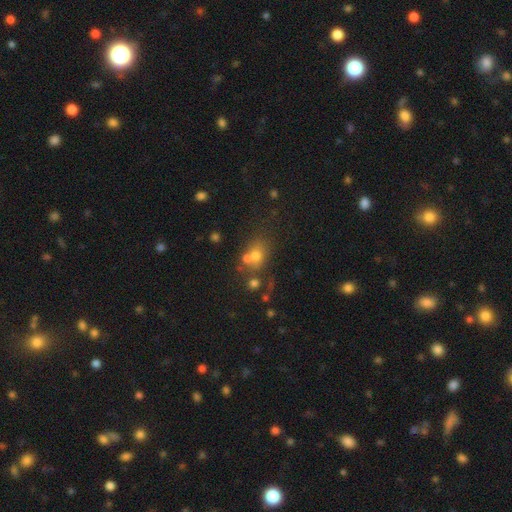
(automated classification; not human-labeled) The model was most divided on "merging": none: 48%, merger: 34%, minor disturbance: 12%, major disturbance: 6%. More confident: smooth or featured — smooth (62%); how rounded — round (59%).